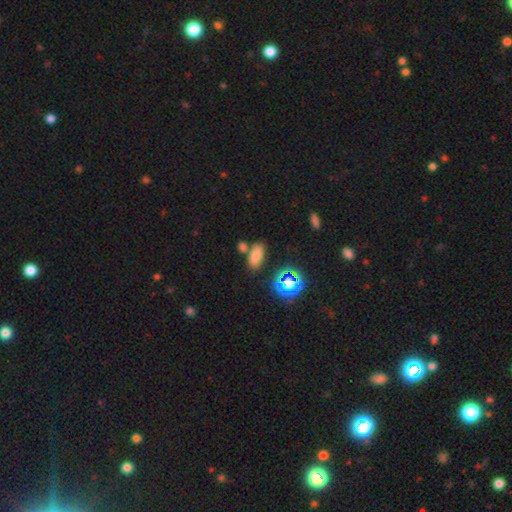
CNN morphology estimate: Smooth or featured? Predicted: smooth (p=0.72). How rounded? Predicted: in between (p=0.85). Merging? Predicted: none (p=0.68).